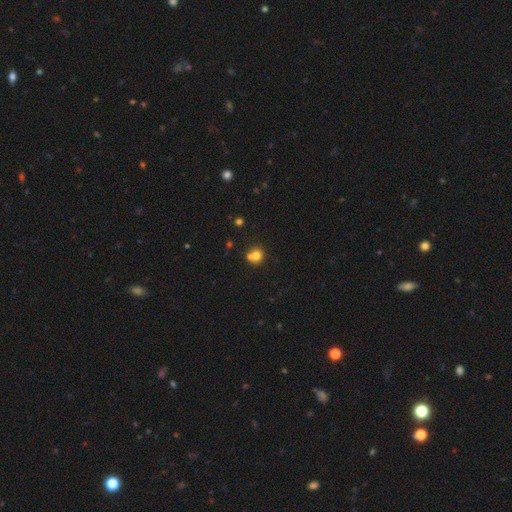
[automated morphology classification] A smooth galaxy with no disk features (74%) that is round (84%).

Vote fractions:
- Smooth or featured? smooth: 74% / featured or disk: 13% / star or artifact: 13%
- How rounded? round: 84% / in between: 15% / cigar-shaped: 1%
- Merging? none: 45% / merger: 43% / minor disturbance: 8% / major disturbance: 3%